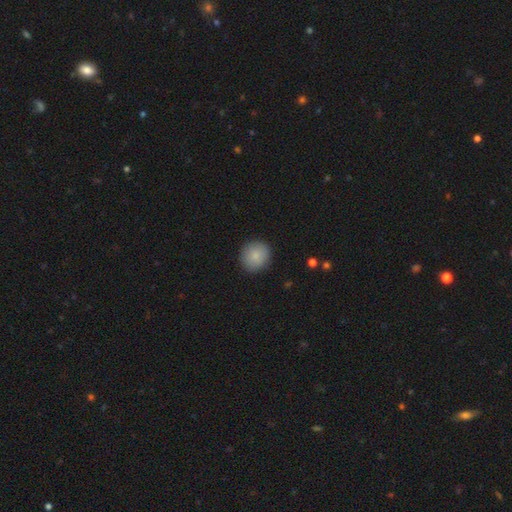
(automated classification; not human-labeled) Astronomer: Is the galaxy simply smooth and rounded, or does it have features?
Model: smooth — 86%.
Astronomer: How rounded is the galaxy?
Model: round — 86%.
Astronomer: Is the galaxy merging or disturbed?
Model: none — 89%.